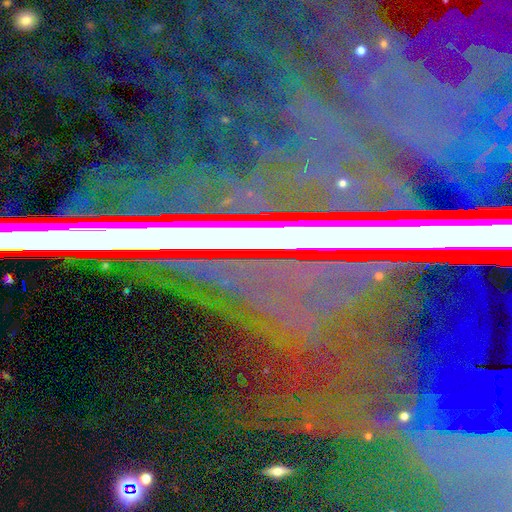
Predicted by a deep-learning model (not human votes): Smooth or featured? Predicted: star or artifact (p=0.72).